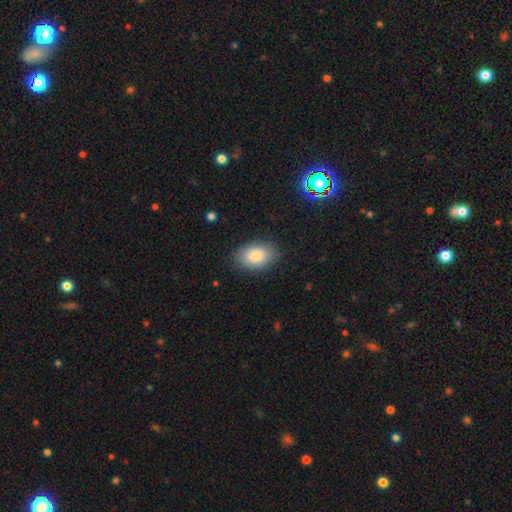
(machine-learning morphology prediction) Smooth or featured? smooth (85%)
How rounded? in between (87%)
Merging? none (85%)